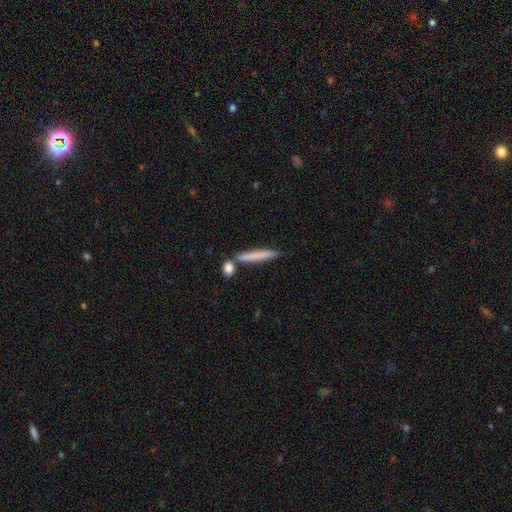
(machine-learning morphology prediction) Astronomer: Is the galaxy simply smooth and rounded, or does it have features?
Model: smooth — 74%.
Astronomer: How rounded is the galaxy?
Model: cigar-shaped — 92%.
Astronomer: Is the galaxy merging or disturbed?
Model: none — 74%.